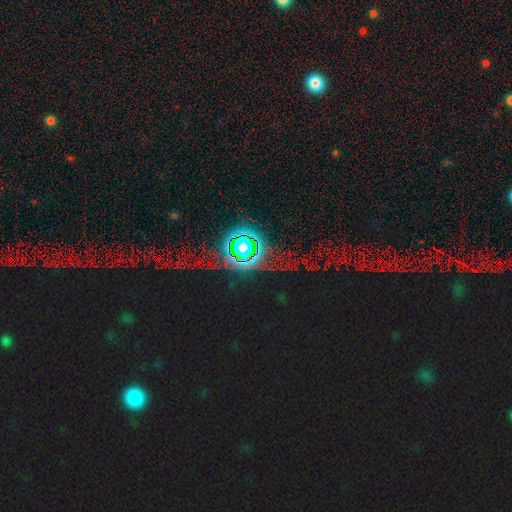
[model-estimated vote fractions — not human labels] This appears to be a star or artifact, not a galaxy (72%).